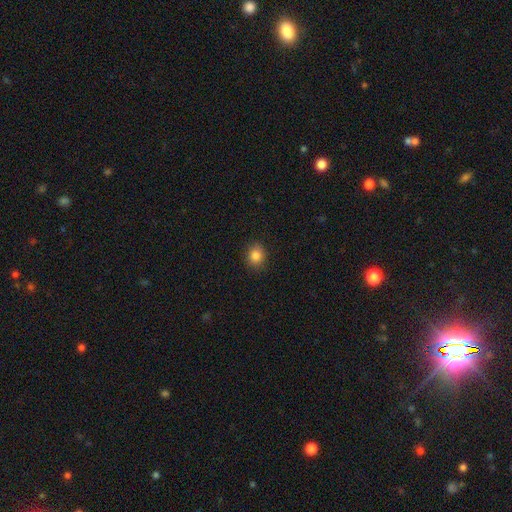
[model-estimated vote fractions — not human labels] smooth 84%, star or artifact 11%, featured or disk 6%. Down the decision tree: how rounded — round (63%); merging — none (88%).